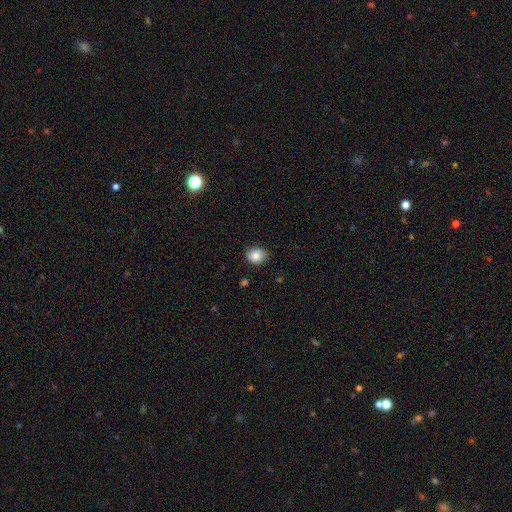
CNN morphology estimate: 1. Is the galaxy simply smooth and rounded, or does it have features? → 83% smooth, 9% star or artifact, 8% featured or disk.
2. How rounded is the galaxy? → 70% round, 29% in between, 1% cigar-shaped.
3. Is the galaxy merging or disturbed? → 83% none, 14% minor disturbance, 2% major disturbance, 1% merger.